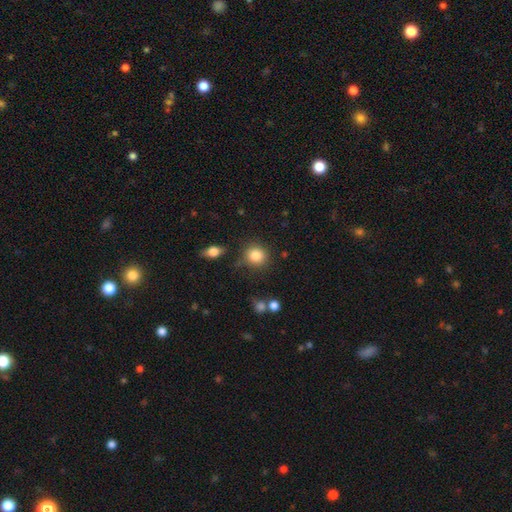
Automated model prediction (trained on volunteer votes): This appears to be a smooth galaxy with no disk features (85%) that is round (88%). Merging: none (80%).